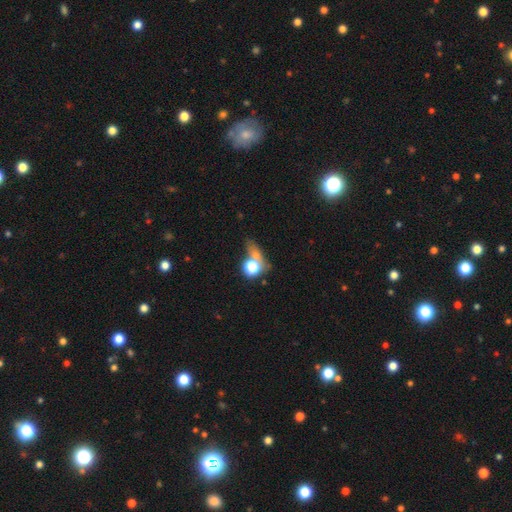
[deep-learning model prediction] The model was most divided on "merging": none: 41%, merger: 28%, major disturbance: 17%, minor disturbance: 14%. More confident: how rounded — round (61%); smooth or featured — smooth (60%).